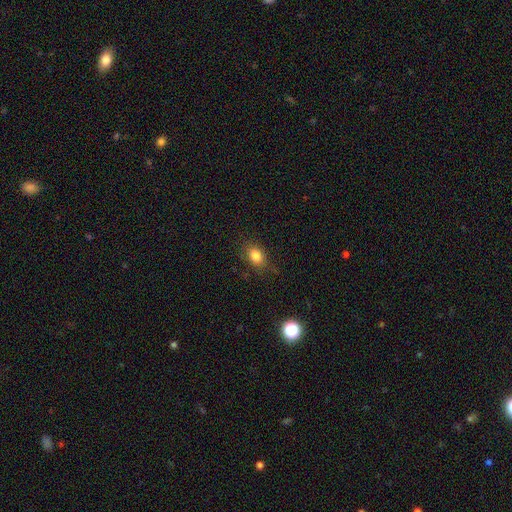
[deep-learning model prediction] Smooth or featured? smooth (83%)
How rounded? in between (71%)
Merging? none (82%)